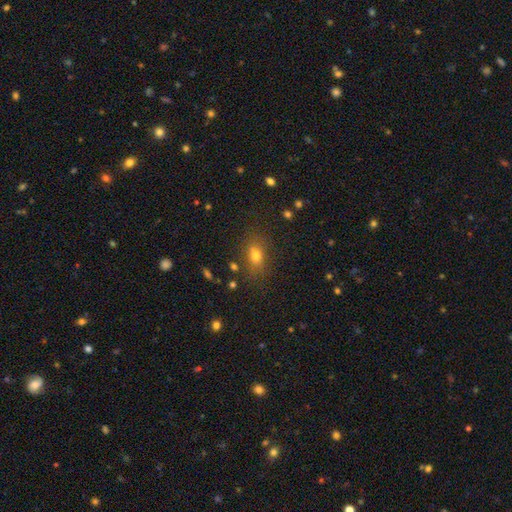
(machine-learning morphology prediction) smooth-or-featured: smooth: 71% | star or artifact: 16% | featured or disk: 13%
  how-rounded: in between: 72% | round: 22% | cigar-shaped: 6%
  merging: none: 76% | minor disturbance: 15% | major disturbance: 6% | merger: 4%